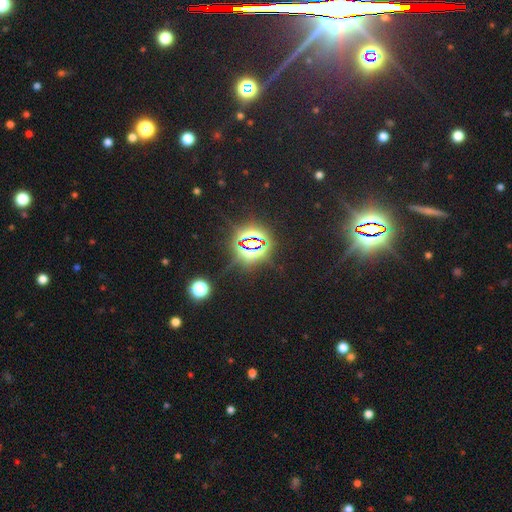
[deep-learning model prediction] This appears to be a star or artifact, not a galaxy (82%).